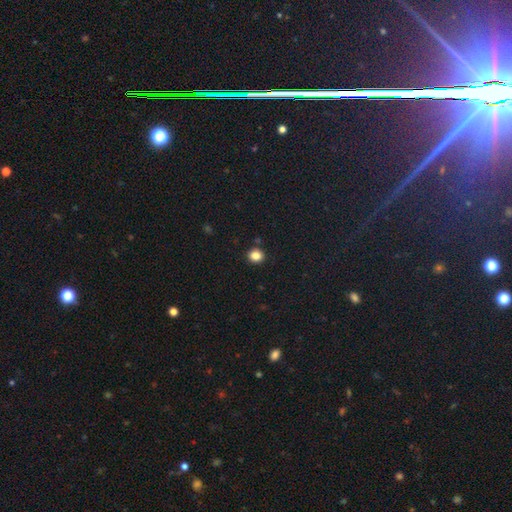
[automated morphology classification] Smooth or featured?
  - smooth: 84% *
  - star or artifact: 12%
  - featured or disk: 4%
How rounded?
  - round: 80% *
  - in between: 19%
  - cigar-shaped: 1%
Merging?
  - none: 89% *
  - minor disturbance: 7%
  - merger: 3%
  - major disturbance: 2%